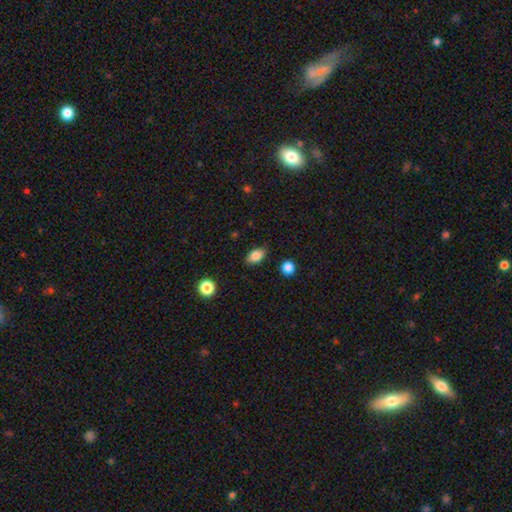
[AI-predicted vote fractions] Smooth or featured? Predicted: smooth (p=0.85). How rounded? Predicted: in between (p=0.85). Merging? Predicted: none (p=0.84).